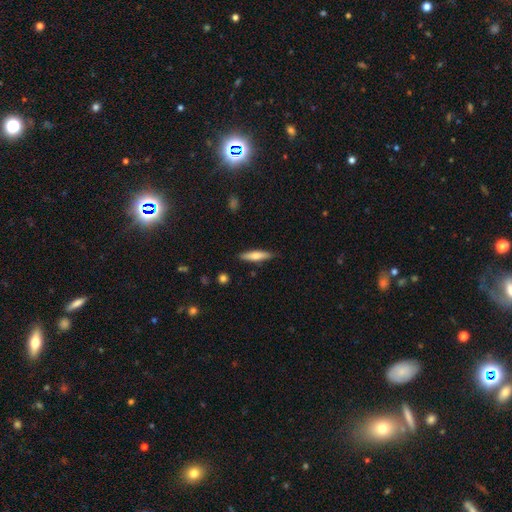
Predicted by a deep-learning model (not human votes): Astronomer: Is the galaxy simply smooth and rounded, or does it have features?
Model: smooth — 66%.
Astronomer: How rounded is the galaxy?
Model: cigar-shaped — 78%.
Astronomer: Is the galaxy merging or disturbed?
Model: none — 87%.